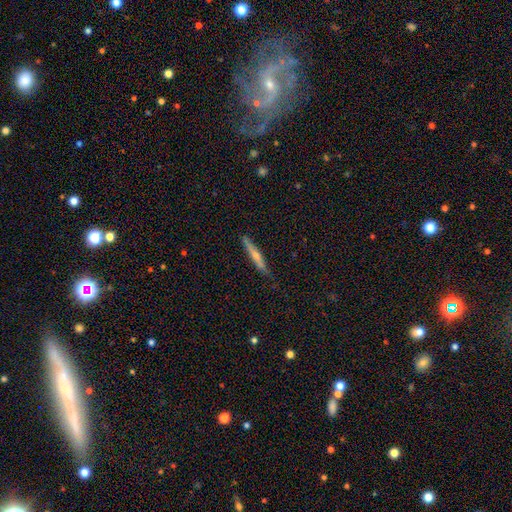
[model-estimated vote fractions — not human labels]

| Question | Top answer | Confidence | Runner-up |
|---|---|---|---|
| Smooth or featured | featured or disk | 50% | smooth (44%) |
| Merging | none | 80% | minor disturbance (16%) |